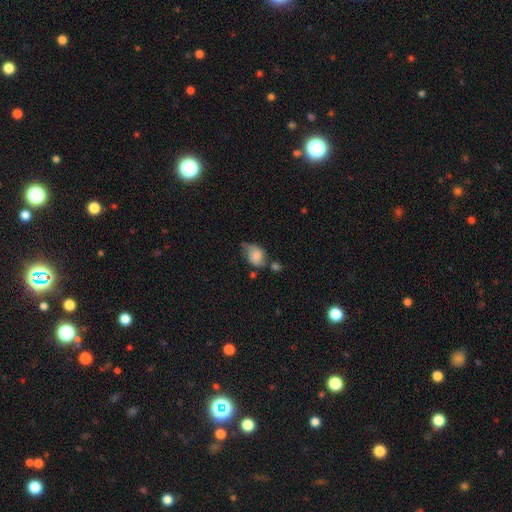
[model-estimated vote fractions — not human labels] Morphology: type=smooth (73%); roundness=in between (73%); merging=minor disturbance (37%).